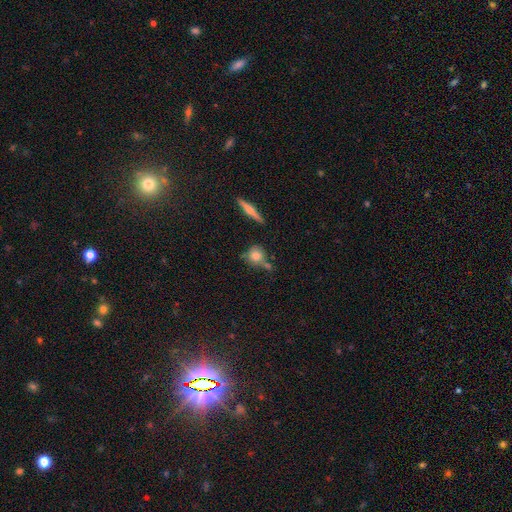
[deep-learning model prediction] Smooth or featured?
  - smooth: 74% *
  - featured or disk: 16%
  - star or artifact: 10%
How rounded?
  - round: 80% *
  - in between: 16%
  - cigar-shaped: 4%
Merging?
  - none: 60% *
  - merger: 20%
  - minor disturbance: 16%
  - major disturbance: 5%